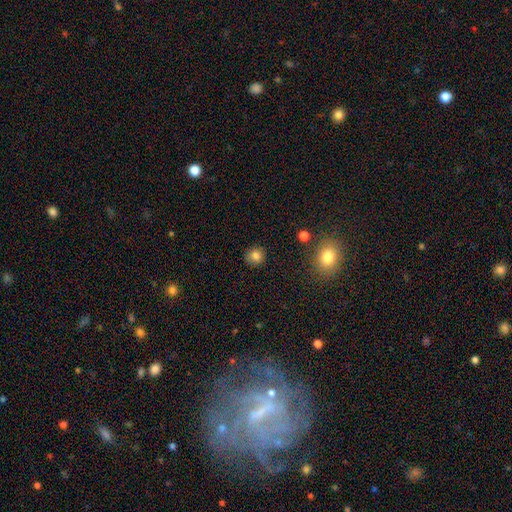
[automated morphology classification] smooth_or_featured: smooth (p=0.82) [alt: star or artifact p=0.12]
how_rounded: round (p=0.89) [alt: in between p=0.10]
merging: none (p=0.89) [alt: minor disturbance p=0.08]